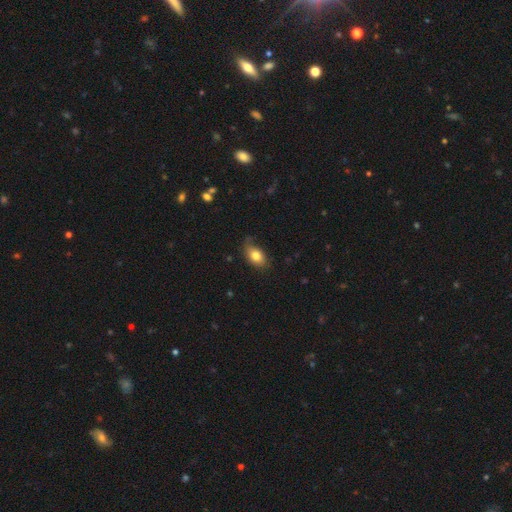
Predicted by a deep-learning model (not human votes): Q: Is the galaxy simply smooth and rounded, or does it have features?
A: smooth — 80%.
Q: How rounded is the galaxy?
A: in between — 87%.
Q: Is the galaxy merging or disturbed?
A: none — 66%.